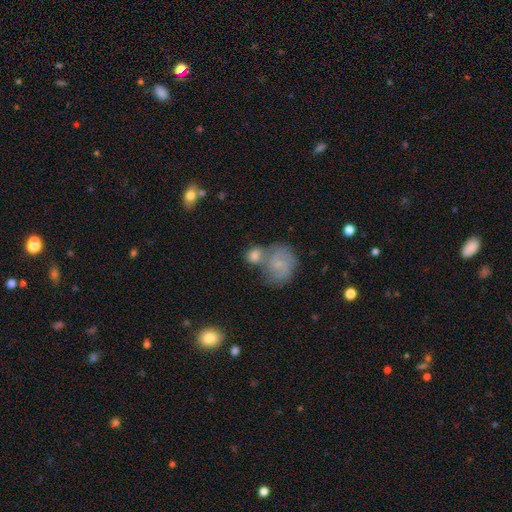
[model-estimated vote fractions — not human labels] Q: Smooth or featured?
A: featured or disk (52%); runner-up: smooth (36%)
Q: Edge-on disk?
A: no (95%); runner-up: yes (5%)
Q: Bar?
A: no (60%); runner-up: weak (33%)
Q: Spiral arms?
A: yes (84%); runner-up: no (16%)
Q: Bulge size?
A: small (71%); runner-up: moderate (20%)
Q: Merging?
A: none (45%); runner-up: merger (35%)